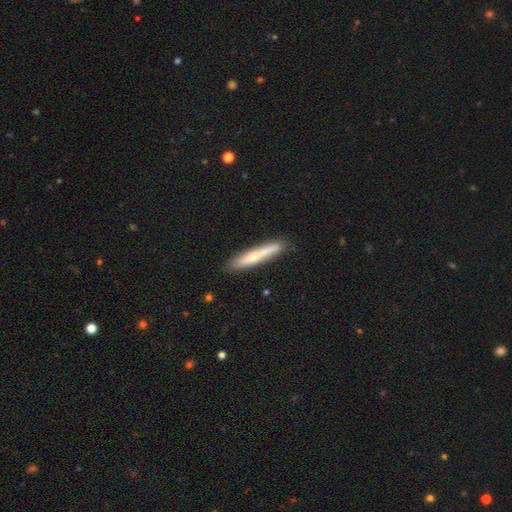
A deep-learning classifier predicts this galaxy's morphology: A smooth galaxy with no disk features (59%) that is cigar-shaped (93%).

Vote fractions:
- Smooth or featured? smooth: 59% / featured or disk: 35% / star or artifact: 6%
- How rounded? cigar-shaped: 93% / in between: 5% / round: 1%
- Merging? none: 82% / minor disturbance: 13% / major disturbance: 2% / merger: 2%